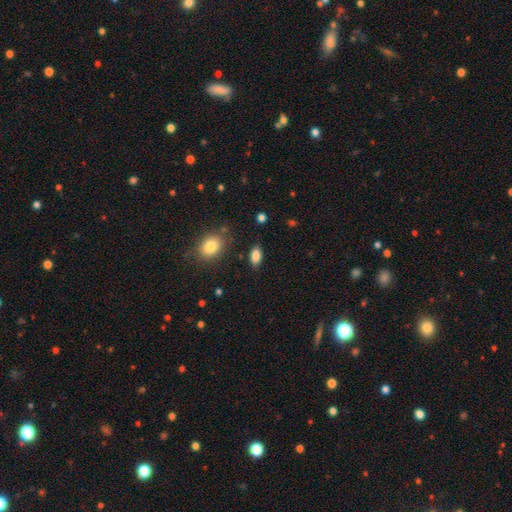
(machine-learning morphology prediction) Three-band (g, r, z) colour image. It shows a smooth galaxy with no disk features (86%) that is in between round and cigar-shaped (91%). Merging: none (85%).